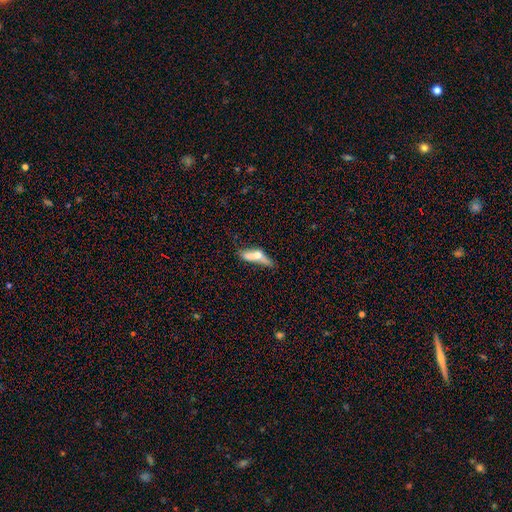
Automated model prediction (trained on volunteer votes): This appears to be a smooth galaxy with no disk features (51%) that is cigar-shaped (56%). Merging: none (31%).